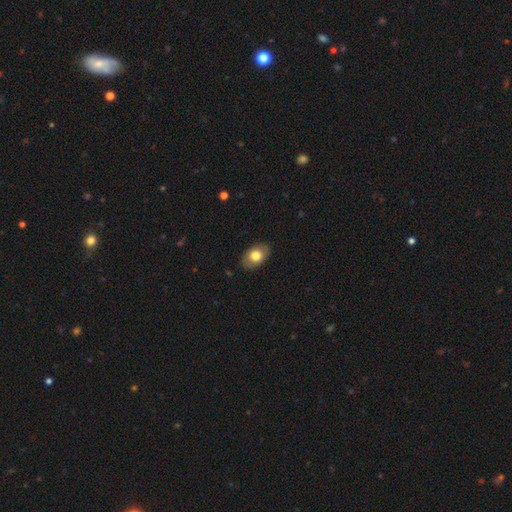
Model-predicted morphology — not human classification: This appears to be a smooth galaxy with no disk features (76%) that is in between round and cigar-shaped (88%). Merging: none (85%).